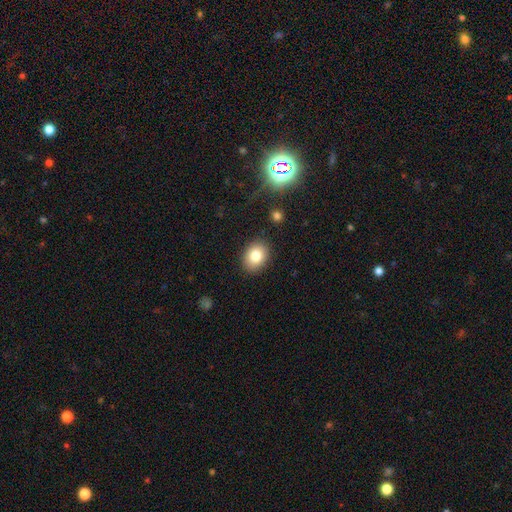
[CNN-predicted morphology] Smooth or featured?
  - smooth: 82% *
  - star or artifact: 9%
  - featured or disk: 8%
How rounded?
  - in between: 59% *
  - round: 40%
  - cigar-shaped: 1%
Merging?
  - none: 88% *
  - minor disturbance: 8%
  - major disturbance: 2%
  - merger: 1%